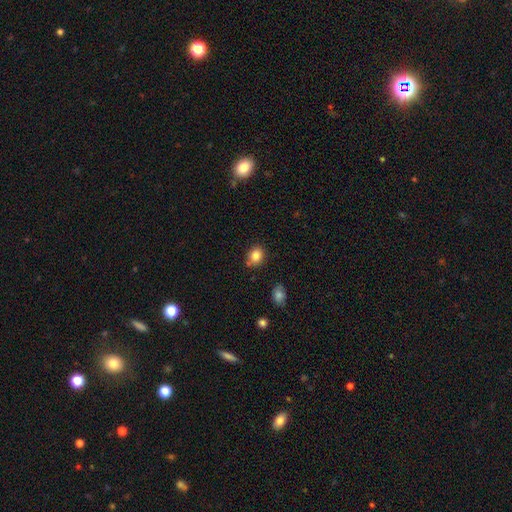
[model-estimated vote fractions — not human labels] Morphology: type=smooth (83%); roundness=round (55%); merging=none (78%).